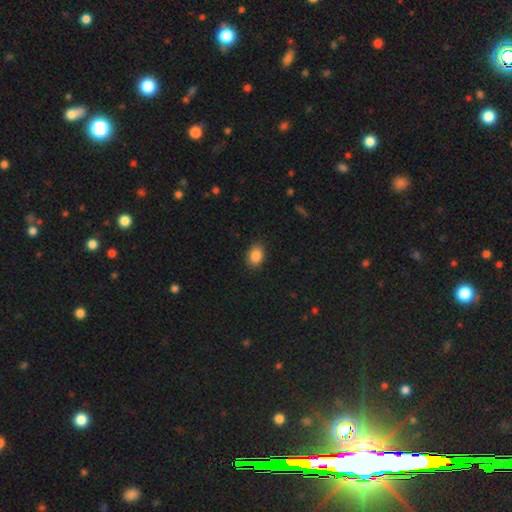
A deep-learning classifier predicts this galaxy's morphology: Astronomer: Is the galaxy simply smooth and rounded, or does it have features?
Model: smooth — 88%.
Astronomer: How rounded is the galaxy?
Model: in between — 71%.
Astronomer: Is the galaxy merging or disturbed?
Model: none — 86%.